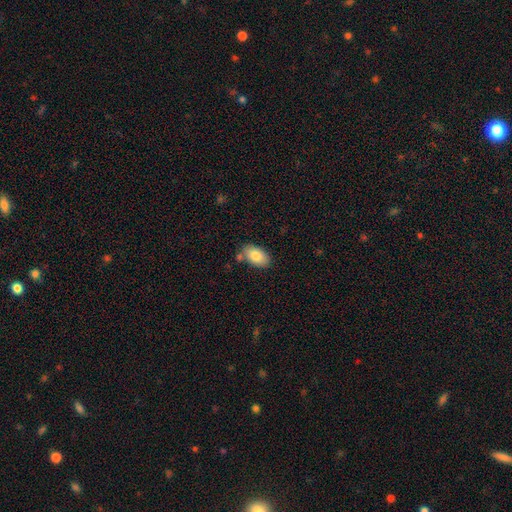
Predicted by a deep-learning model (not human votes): smooth_or_featured: smooth (p=0.82) [alt: featured or disk p=0.11]
how_rounded: in between (p=0.93) [alt: round p=0.06]
merging: none (p=0.75) [alt: minor disturbance p=0.14]